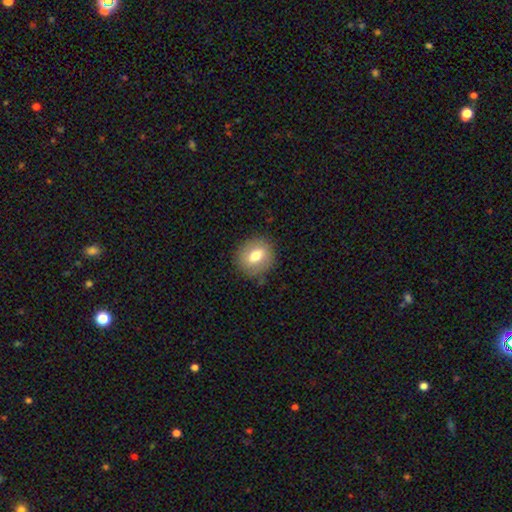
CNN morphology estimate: A smooth galaxy with no disk features (70%) that is round (71%). Merging: none (84%).